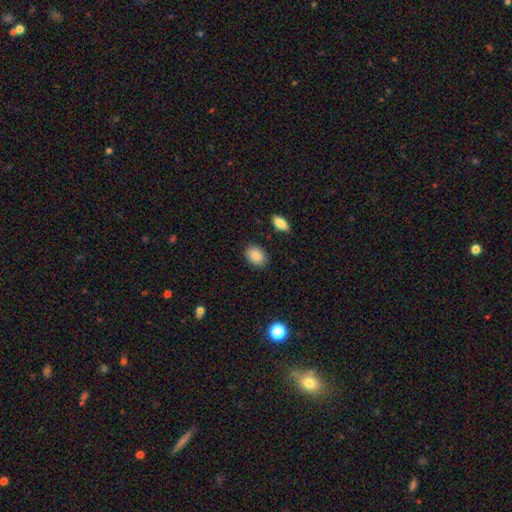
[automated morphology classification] This is clearly a smooth galaxy (87%). How rounded: likely in between (73%). Merging: clearly none (86%).